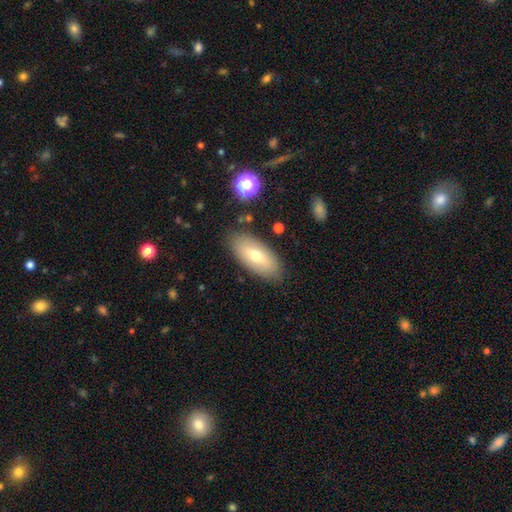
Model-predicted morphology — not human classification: Q: Smooth or featured?
A: smooth (65%); runner-up: featured or disk (27%)
Q: How rounded?
A: in between (87%); runner-up: cigar-shaped (11%)
Q: Merging?
A: none (84%); runner-up: minor disturbance (11%)